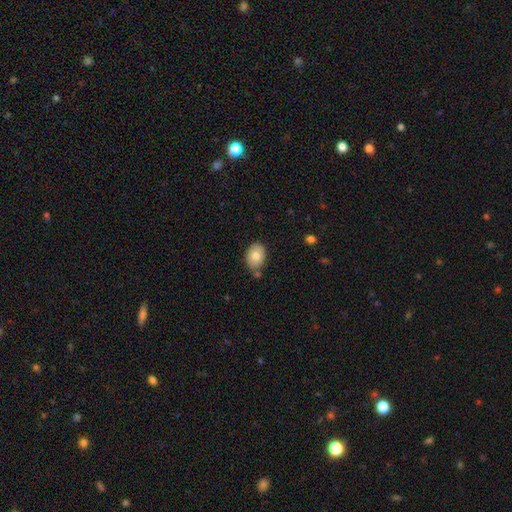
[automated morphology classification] Overall: smooth (79%). How rounded: in between (76%). Merging: none (74%).